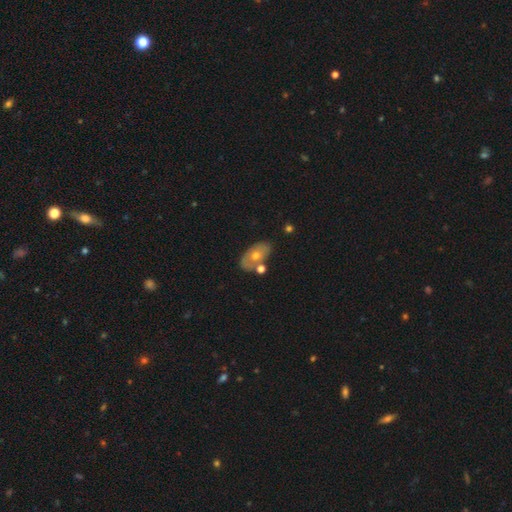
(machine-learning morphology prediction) Overall: smooth (49%; featured or disk 43%). Merging: none (64%).